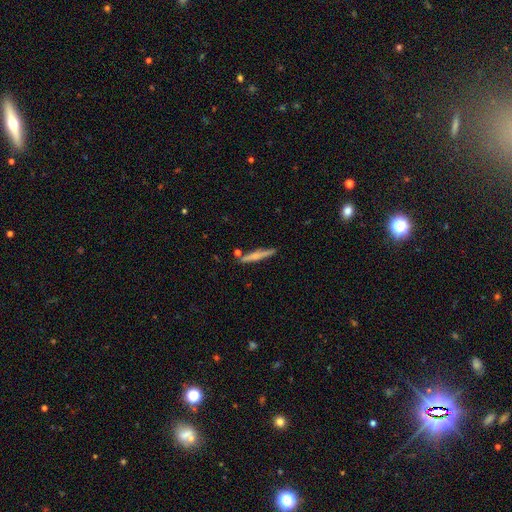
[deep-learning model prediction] Smooth or featured?
  - smooth: 56% *
  - featured or disk: 37%
  - star or artifact: 6%
How rounded?
  - cigar-shaped: 94% *
  - in between: 4%
  - round: 2%
Merging?
  - none: 81% *
  - minor disturbance: 11%
  - merger: 5%
  - major disturbance: 2%